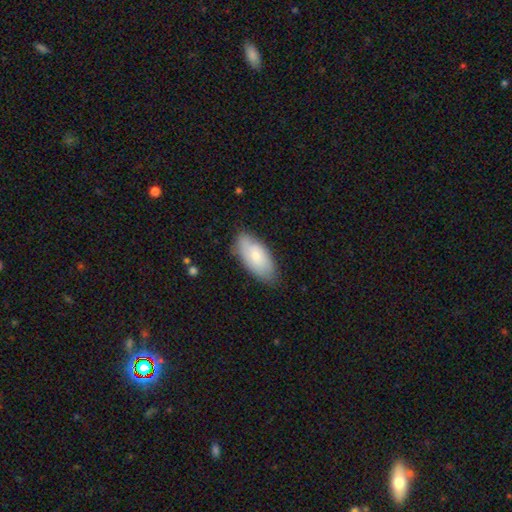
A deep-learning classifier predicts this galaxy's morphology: This is likely a smooth galaxy (66%). How rounded: clearly in between (91%). Merging: likely none (74%).